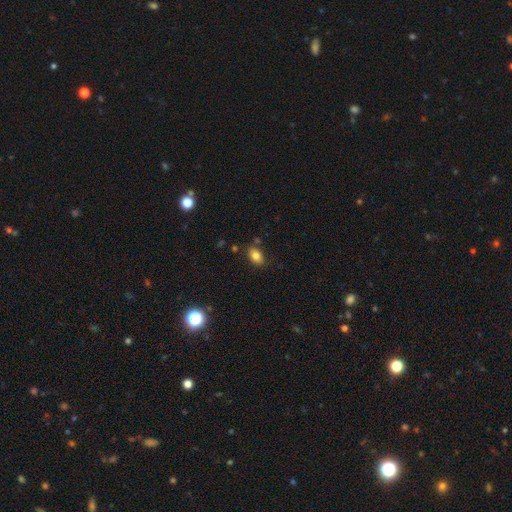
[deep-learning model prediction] Overall: smooth (82%). How rounded: in between (86%). Merging: none (80%).